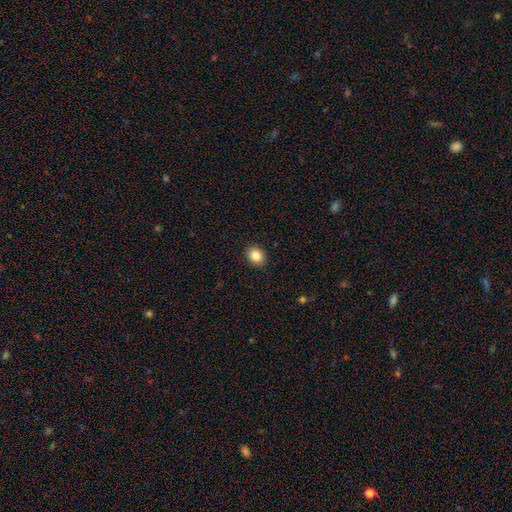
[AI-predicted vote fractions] smooth-or-featured: smooth: 86% | star or artifact: 9% | featured or disk: 5%
  how-rounded: round: 59% | in between: 40% | cigar-shaped: 1%
  merging: none: 90% | minor disturbance: 7% | major disturbance: 2% | merger: 1%